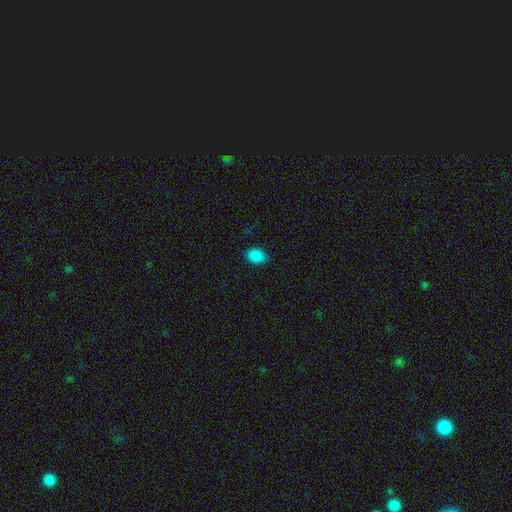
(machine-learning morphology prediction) This is clearly a smooth galaxy (87%). How rounded: likely in between (78%). Merging: clearly none (83%).